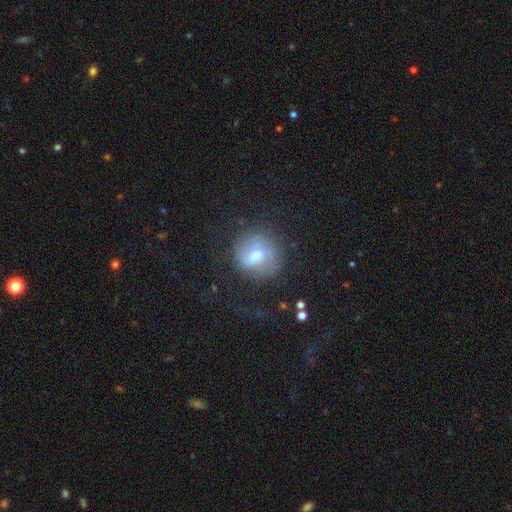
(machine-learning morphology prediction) Smooth or featured? Predicted: smooth (p=0.51). How rounded? Predicted: round (p=0.81). Merging? Predicted: none (p=0.59).